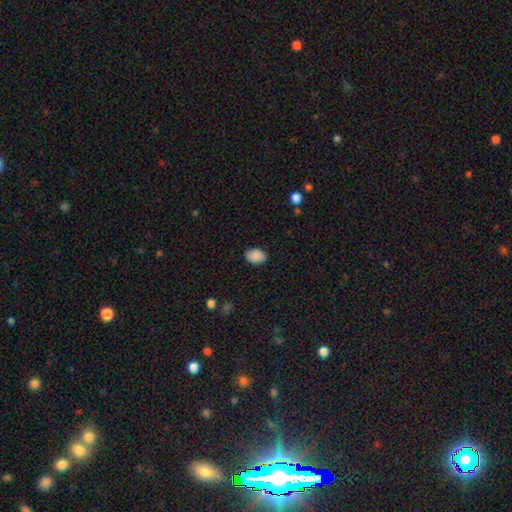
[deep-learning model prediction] Overall: smooth (90%). How rounded: in between (84%). Merging: none (87%).